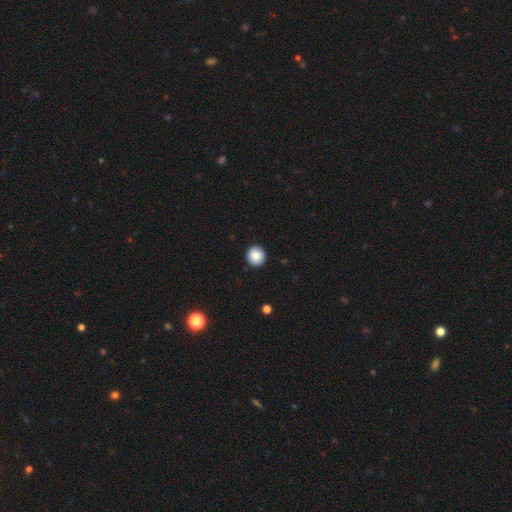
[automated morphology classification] This is clearly a smooth galaxy (86%). How rounded: clearly round (93%). Merging: clearly none (92%).